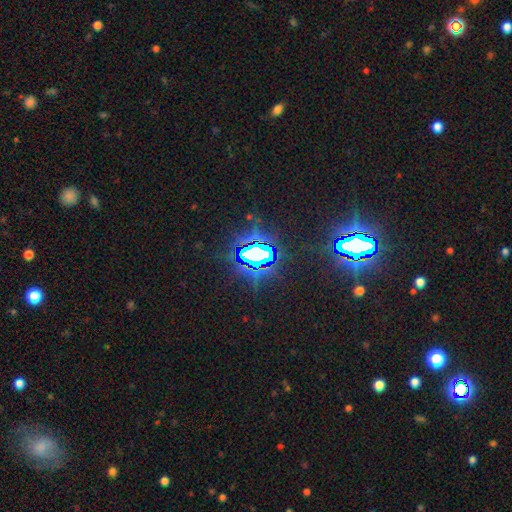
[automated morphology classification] This is clearly a star or artifact rather than a galaxy (82%).